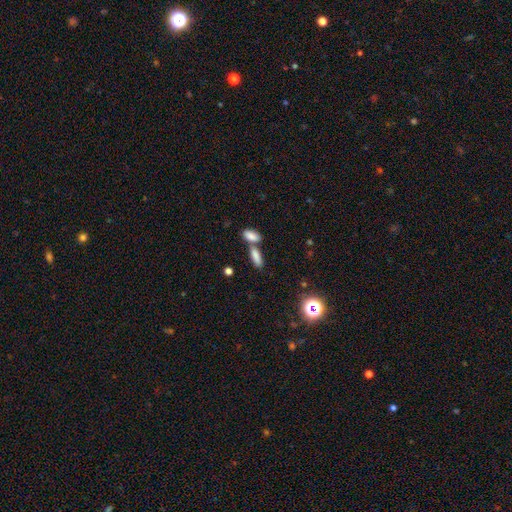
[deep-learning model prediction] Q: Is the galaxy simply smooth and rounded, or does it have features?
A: smooth — 82%.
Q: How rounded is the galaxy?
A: in between — 68%.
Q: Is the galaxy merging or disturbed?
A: merger — 45%.